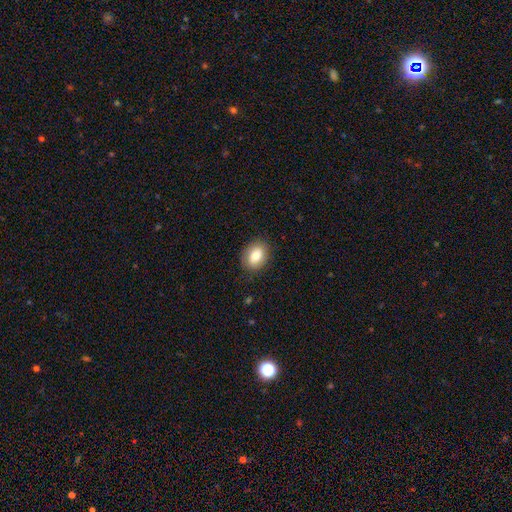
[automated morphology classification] Smooth or featured? Predicted: smooth (p=0.84). How rounded? Predicted: in between (p=0.73). Merging? Predicted: none (p=0.86).